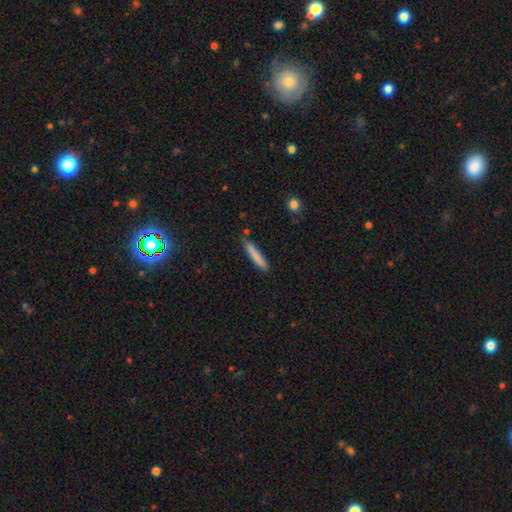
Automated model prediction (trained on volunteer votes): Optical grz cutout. It shows a smooth galaxy with no disk features (81%) that is cigar-shaped (92%). Merging: none (78%).